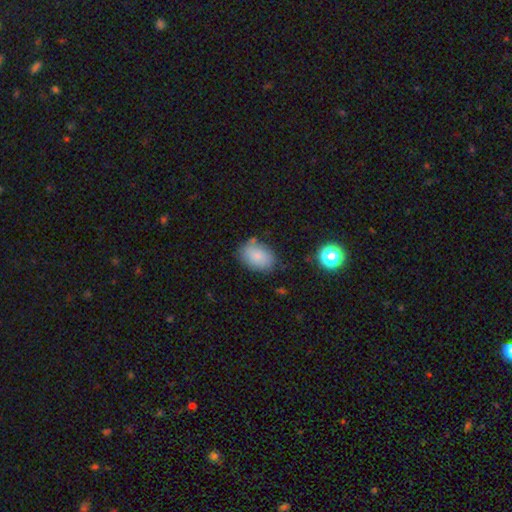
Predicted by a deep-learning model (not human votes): Smooth or featured?
  - smooth: 81% *
  - featured or disk: 9%
  - star or artifact: 9%
How rounded?
  - in between: 79% *
  - round: 20%
  - cigar-shaped: 1%
Merging?
  - none: 74% *
  - minor disturbance: 18%
  - major disturbance: 5%
  - merger: 4%